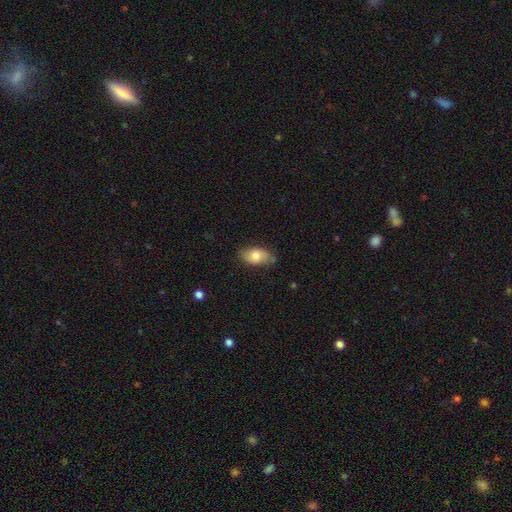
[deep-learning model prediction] smooth 80%, featured or disk 13%, star or artifact 7%. Down the decision tree: how rounded — in between (92%); merging — none (76%).